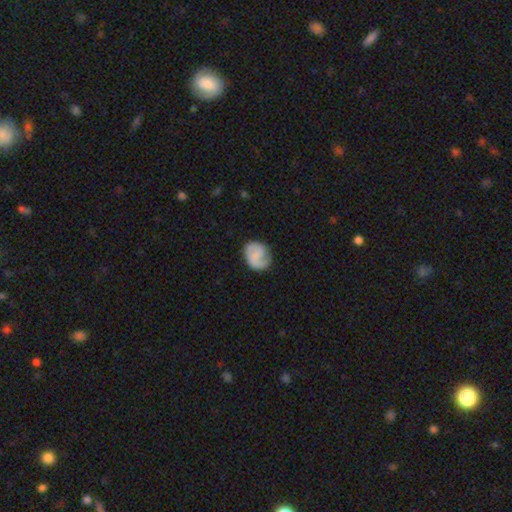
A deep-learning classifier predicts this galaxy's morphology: smooth-or-featured: smooth: 48% | featured or disk: 45% | star or artifact: 7%
  merging: none: 67% | minor disturbance: 21% | major disturbance: 11% | merger: 1%